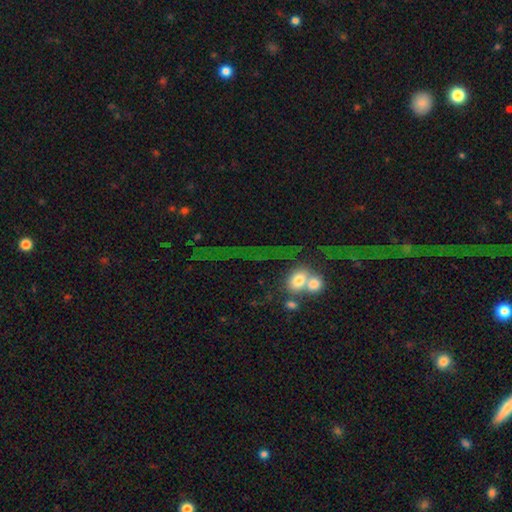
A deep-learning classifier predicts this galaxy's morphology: This appears to be a star or artifact, not a galaxy (44%).